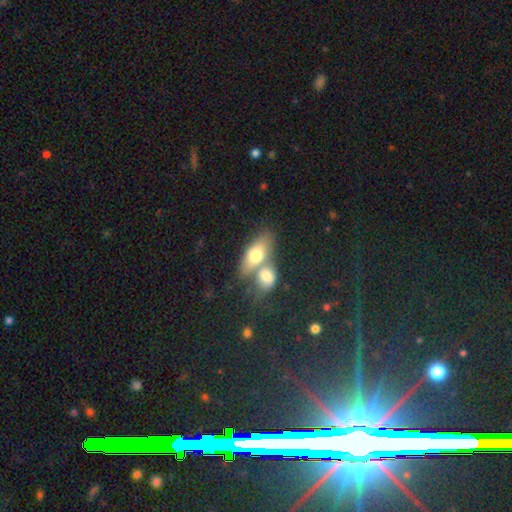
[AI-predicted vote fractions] A smooth galaxy with no disk features (66%) that is in between round and cigar-shaped (79%).

Vote fractions:
- Smooth or featured? smooth: 66% / featured or disk: 27% / star or artifact: 7%
- How rounded? in between: 79% / cigar-shaped: 12% / round: 9%
- Merging? merger: 59% / none: 28% / minor disturbance: 8% / major disturbance: 5%